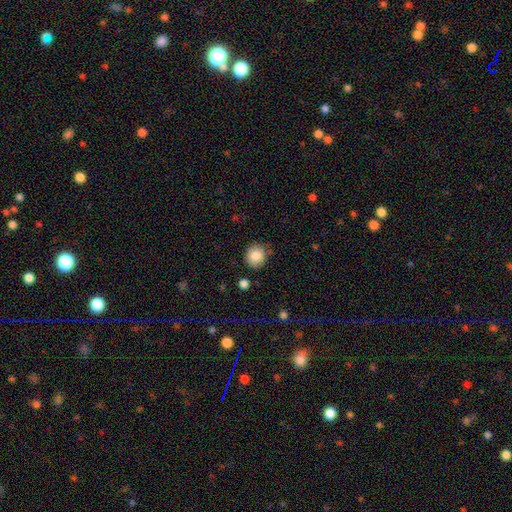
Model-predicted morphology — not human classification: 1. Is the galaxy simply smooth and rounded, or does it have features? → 86% smooth, 9% star or artifact, 5% featured or disk.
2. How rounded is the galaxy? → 84% round, 15% in between, 1% cigar-shaped.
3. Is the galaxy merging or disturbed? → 83% none, 12% minor disturbance, 3% major disturbance, 2% merger.